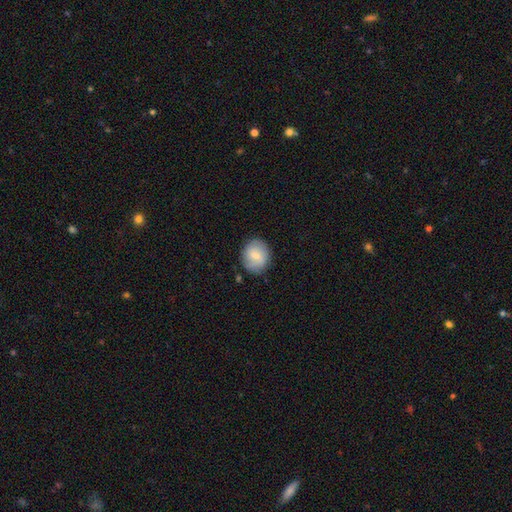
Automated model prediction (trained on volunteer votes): Morphology: type=smooth (70%); roundness=round (78%); merging=none (81%).